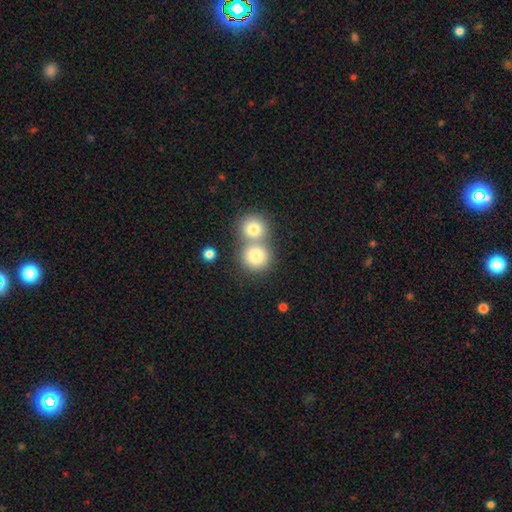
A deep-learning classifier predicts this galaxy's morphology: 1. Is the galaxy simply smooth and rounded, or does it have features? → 79% smooth, 11% star or artifact, 10% featured or disk.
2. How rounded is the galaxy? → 90% round, 9% in between, 1% cigar-shaped.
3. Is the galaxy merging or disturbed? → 47% merger, 45% none, 6% minor disturbance, 3% major disturbance.